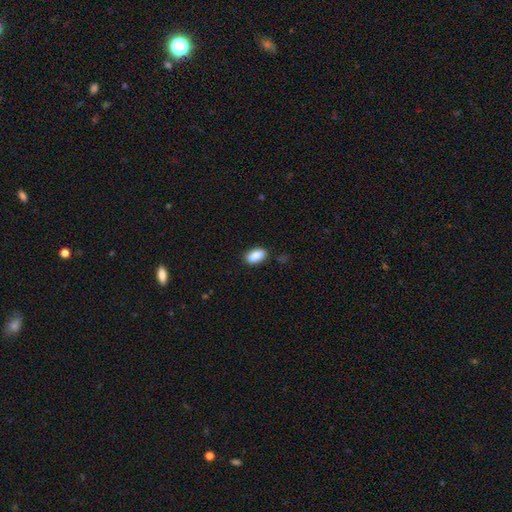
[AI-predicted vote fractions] Smooth or featured? Predicted: smooth (p=0.88). How rounded? Predicted: in between (p=0.93). Merging? Predicted: none (p=0.86).